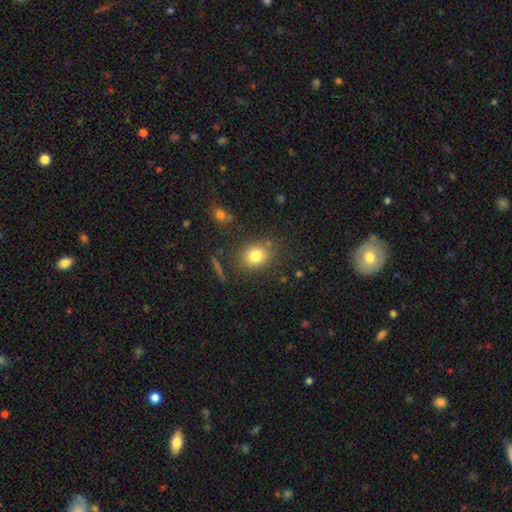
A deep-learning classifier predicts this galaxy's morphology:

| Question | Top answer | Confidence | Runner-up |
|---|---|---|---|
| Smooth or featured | smooth | 79% | star or artifact (11%) |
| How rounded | round | 55% | in between (43%) |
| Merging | none | 81% | minor disturbance (12%) |